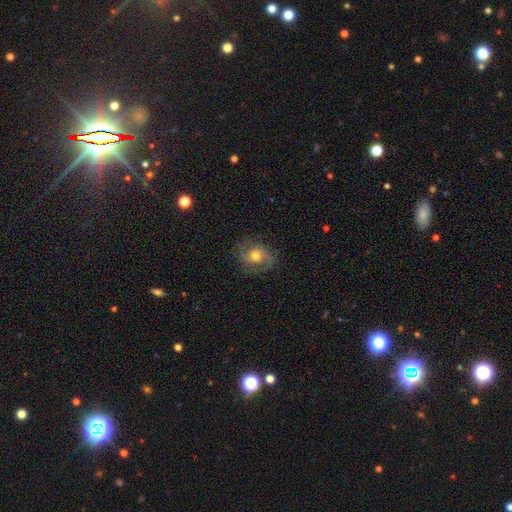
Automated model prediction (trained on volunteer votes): This appears to be a featured or disk galaxy (66%) with no bar (65%), 2 (76%) medium (48%) spiral arms (88%) and a moderate central bulge (69%). Merging: none (73%).